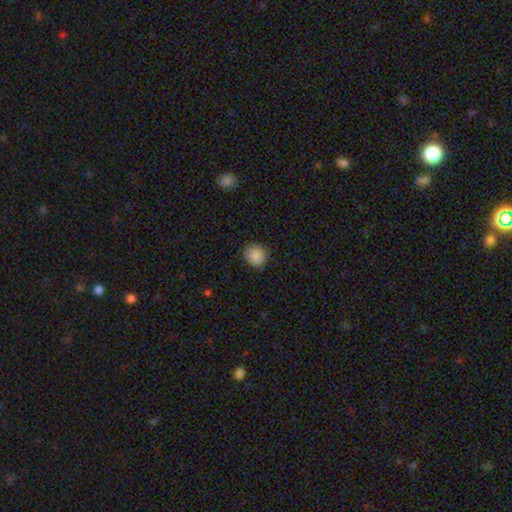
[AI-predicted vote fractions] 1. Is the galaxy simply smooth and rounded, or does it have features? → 88% smooth, 8% star or artifact, 3% featured or disk.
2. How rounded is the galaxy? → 86% round, 13% in between, 1% cigar-shaped.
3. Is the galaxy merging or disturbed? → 87% none, 9% minor disturbance, 2% major disturbance, 1% merger.